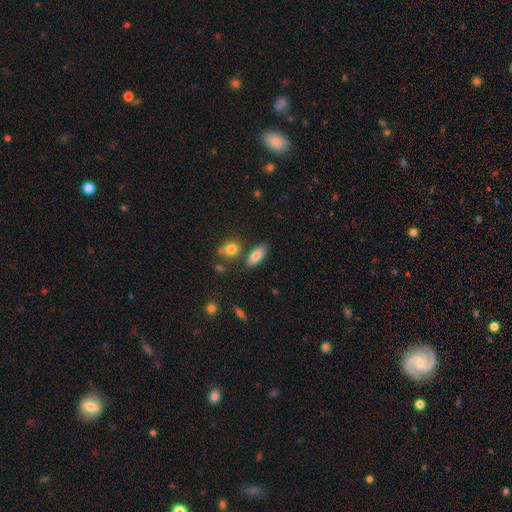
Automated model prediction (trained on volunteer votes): Smooth or featured? Predicted: smooth (p=0.81). How rounded? Predicted: in between (p=0.84). Merging? Predicted: none (p=0.75).